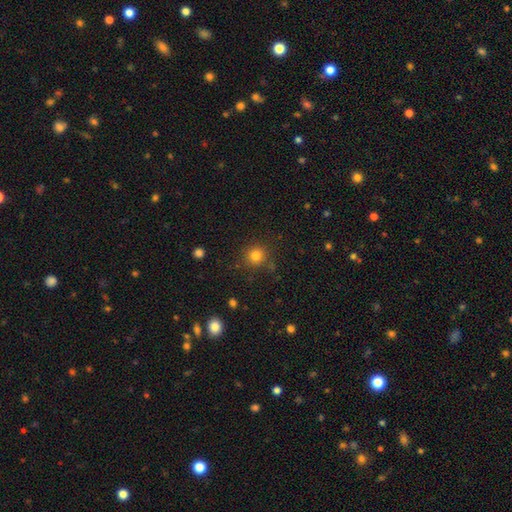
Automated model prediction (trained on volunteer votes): Overall: smooth (81%). How rounded: round (92%). Merging: none (84%).